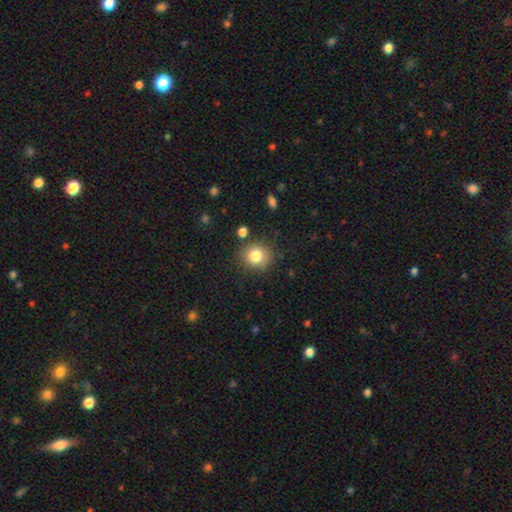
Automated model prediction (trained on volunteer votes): The model was most divided on "how rounded": round: 81%, in between: 18%, cigar-shaped: 1%. More confident: merging — none (82%); smooth or featured — smooth (80%).